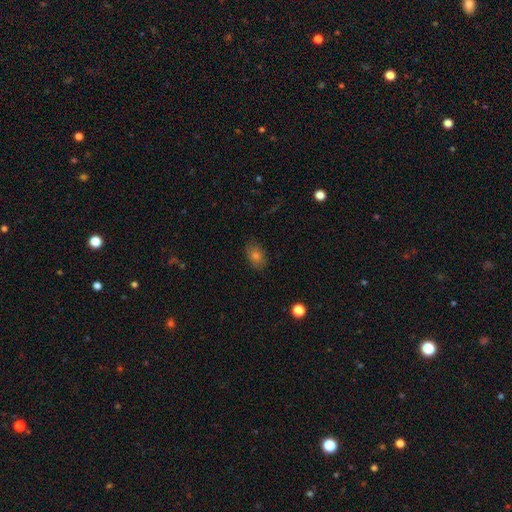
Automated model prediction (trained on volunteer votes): Smooth or featured? smooth (72%)
How rounded? in between (77%)
Merging? none (84%)